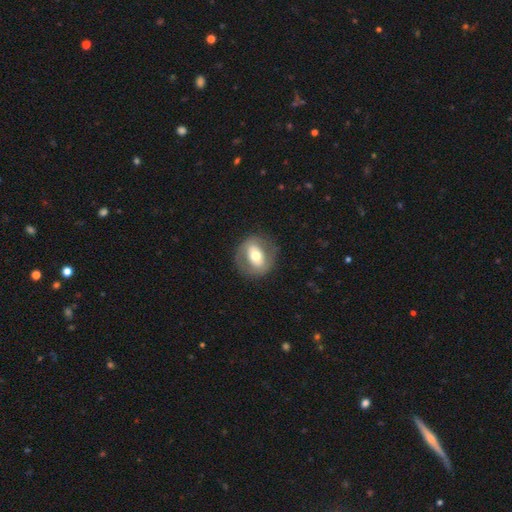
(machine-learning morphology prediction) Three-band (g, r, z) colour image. It shows a featured or disk galaxy (48%). Merging: none (79%).